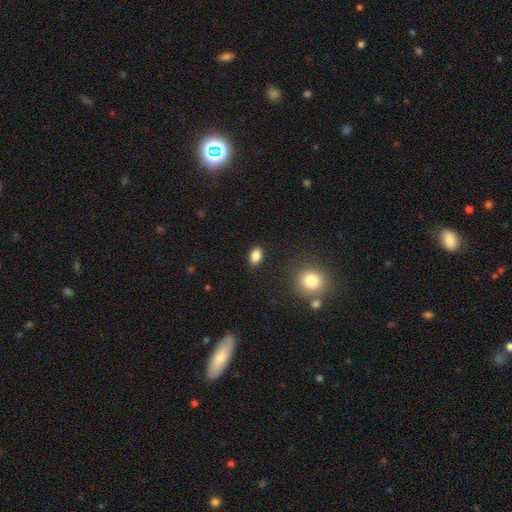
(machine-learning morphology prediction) Q: Smooth or featured?
A: smooth (85%); runner-up: star or artifact (9%)
Q: How rounded?
A: in between (86%); runner-up: round (12%)
Q: Merging?
A: none (87%); runner-up: minor disturbance (9%)